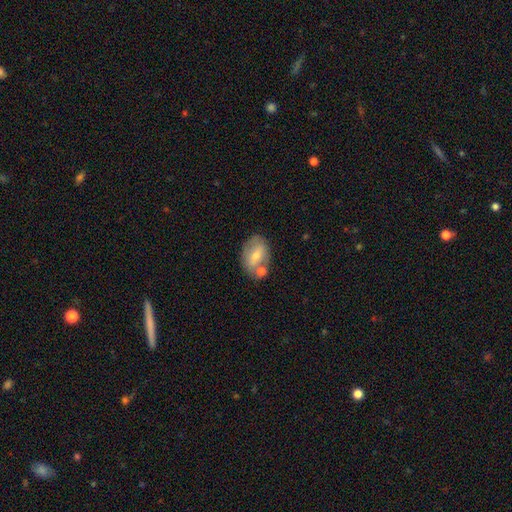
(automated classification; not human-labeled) A smooth galaxy with no disk features (51%) that is in between round and cigar-shaped (82%).

Vote fractions:
- Smooth or featured? smooth: 51% / featured or disk: 40% / star or artifact: 9%
- How rounded? in between: 82% / round: 16% / cigar-shaped: 2%
- Merging? none: 59% / merger: 19% / minor disturbance: 17% / major disturbance: 5%